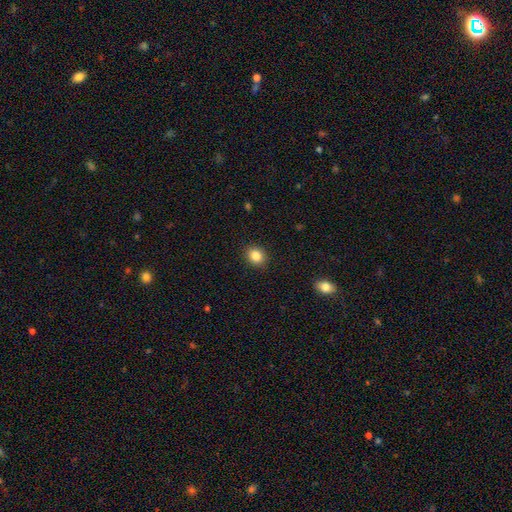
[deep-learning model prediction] Smooth or featured: smooth — 86% (star or artifact — 10%)
How rounded: round — 62% (in between — 37%)
Merging: none — 90% (minor disturbance — 7%)